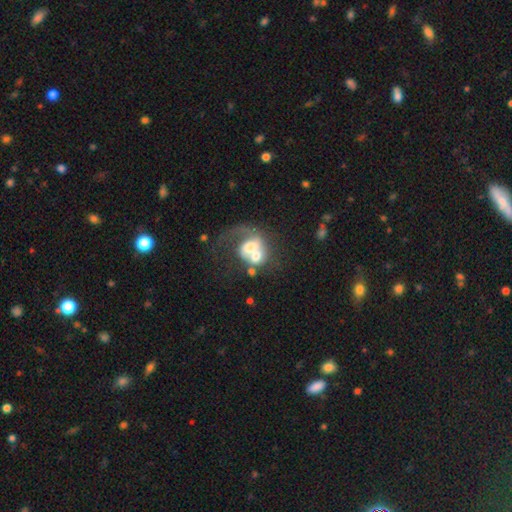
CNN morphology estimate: Q: Smooth or featured?
A: featured or disk (54%); runner-up: smooth (38%)
Q: Edge-on disk?
A: no (97%); runner-up: yes (3%)
Q: Bar?
A: no (74%); runner-up: weak (20%)
Q: Spiral arms?
A: yes (57%); runner-up: no (43%)
Q: Bulge size?
A: moderate (46%); runner-up: large (30%)
Q: Merging?
A: merger (61%); runner-up: major disturbance (19%)